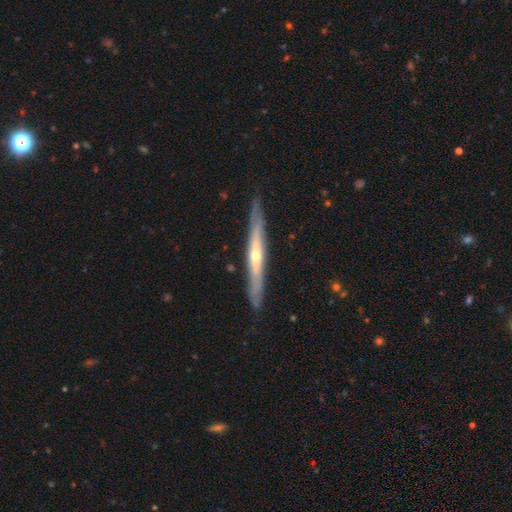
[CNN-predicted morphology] A featured or disk galaxy (71%) viewed edge-on (93%) with a rounded central bulge (72%). Merging: none (86%).